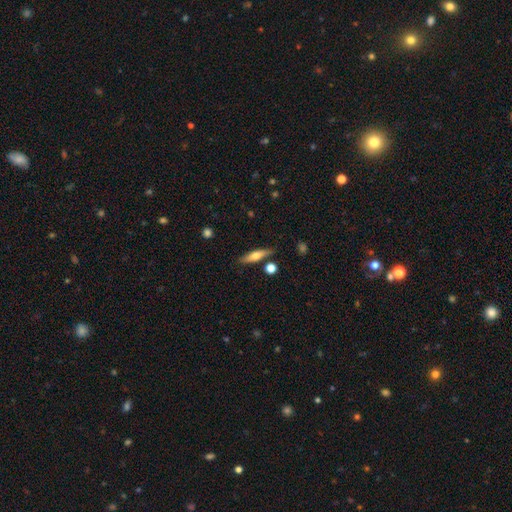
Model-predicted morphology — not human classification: Q: Smooth or featured?
A: smooth (51%); runner-up: featured or disk (43%)
Q: How rounded?
A: cigar-shaped (73%); runner-up: in between (24%)
Q: Merging?
A: none (83%); runner-up: minor disturbance (10%)